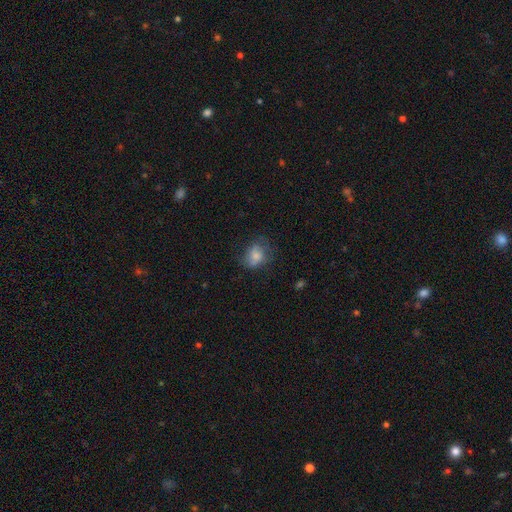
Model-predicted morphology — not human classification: The model was most divided on "how rounded": in between: 51%, round: 48%, cigar-shaped: 1%. More confident: smooth or featured — smooth (71%); merging — none (53%).